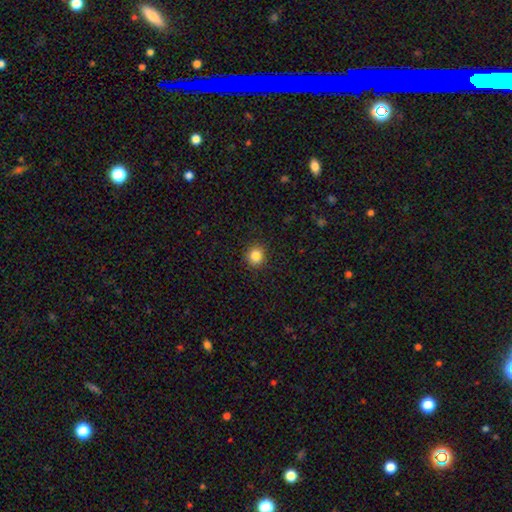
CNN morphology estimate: Q: Smooth or featured?
A: smooth (85%); runner-up: star or artifact (11%)
Q: How rounded?
A: round (88%); runner-up: in between (11%)
Q: Merging?
A: none (90%); runner-up: minor disturbance (7%)